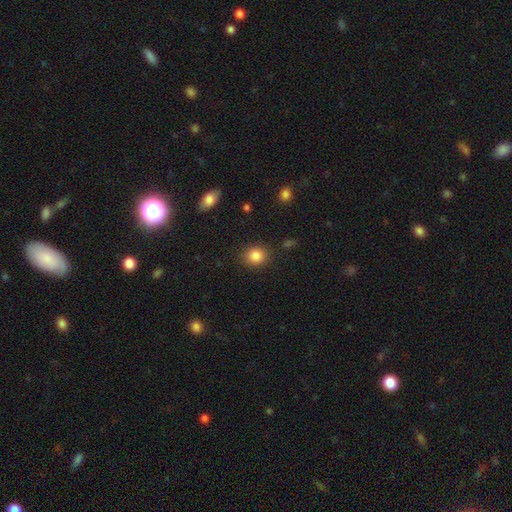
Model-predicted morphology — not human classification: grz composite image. It shows a smooth galaxy with no disk features (86%) that is round (75%). Merging: none (86%).